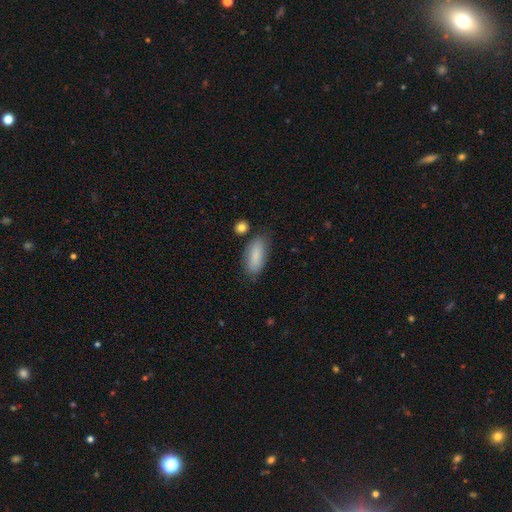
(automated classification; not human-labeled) Q: Smooth or featured?
A: smooth (85%); runner-up: featured or disk (8%)
Q: How rounded?
A: in between (77%); runner-up: cigar-shaped (21%)
Q: Merging?
A: none (78%); runner-up: minor disturbance (15%)